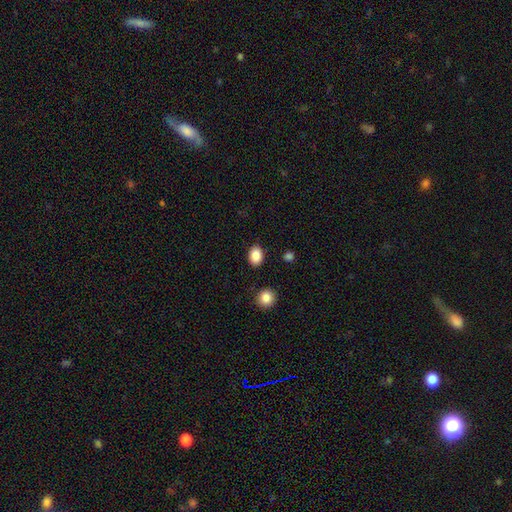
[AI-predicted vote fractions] A smooth galaxy with no disk features (87%) that is in between round and cigar-shaped (69%).

Vote fractions:
- Smooth or featured? smooth: 87% / star or artifact: 9% / featured or disk: 4%
- How rounded? in between: 69% / round: 30% / cigar-shaped: 1%
- Merging? none: 87% / minor disturbance: 9% / major disturbance: 2% / merger: 2%